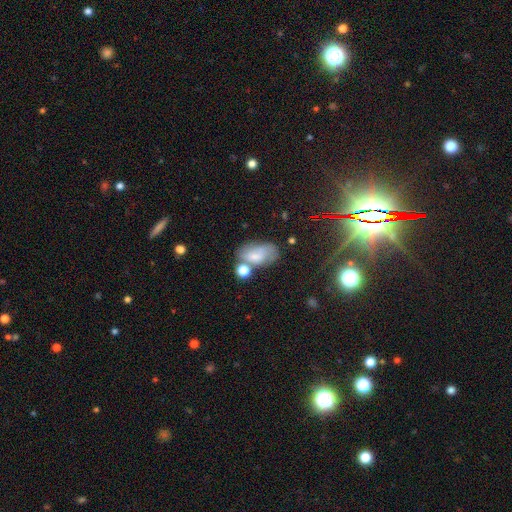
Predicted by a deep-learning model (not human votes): smooth_or_featured: smooth (p=0.66) [alt: featured or disk p=0.23]
how_rounded: in between (p=0.90) [alt: round p=0.08]
merging: none (p=0.38) [alt: minor disturbance p=0.24]